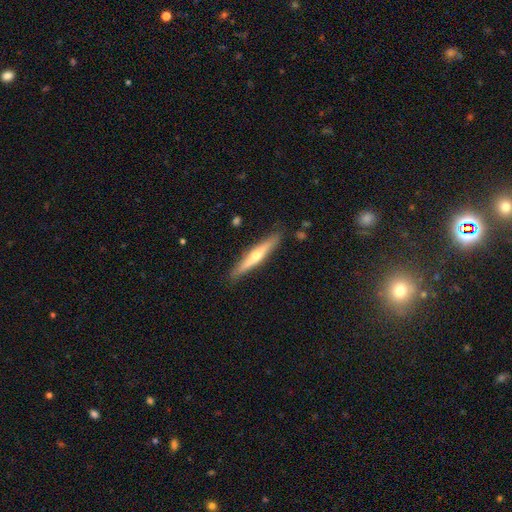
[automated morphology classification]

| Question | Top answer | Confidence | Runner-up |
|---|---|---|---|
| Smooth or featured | featured or disk | 61% | smooth (33%) |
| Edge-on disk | yes | 95% | no (5%) |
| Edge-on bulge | rounded | 87% | none (11%) |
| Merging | none | 88% | minor disturbance (9%) |